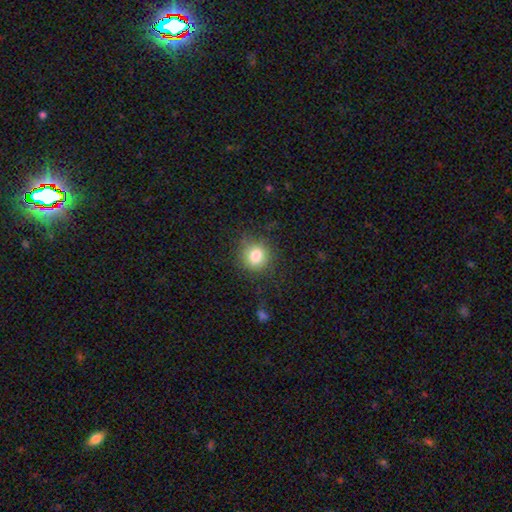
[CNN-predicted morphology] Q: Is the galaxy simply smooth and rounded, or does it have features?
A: smooth — 81%.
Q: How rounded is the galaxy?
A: round — 87%.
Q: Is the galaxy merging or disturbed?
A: none — 82%.